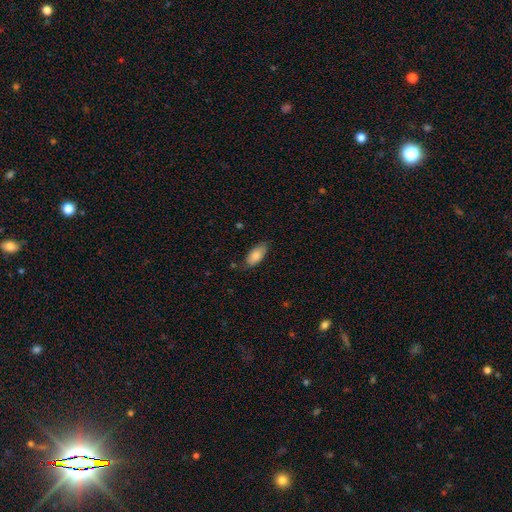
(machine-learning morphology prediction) smooth-or-featured: smooth: 82% | featured or disk: 12% | star or artifact: 6%
  how-rounded: in between: 92% | cigar-shaped: 6% | round: 2%
  merging: none: 76% | minor disturbance: 19% | major disturbance: 3% | merger: 2%